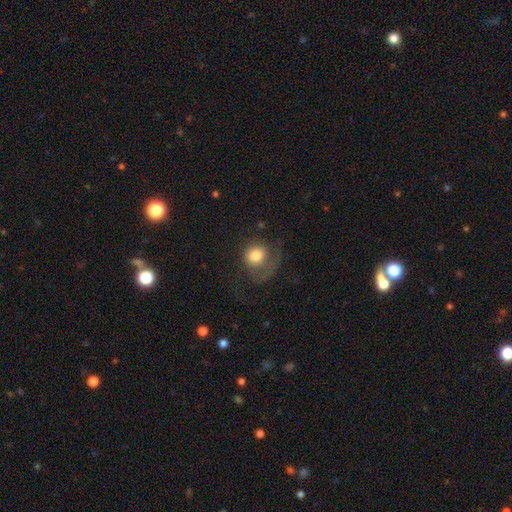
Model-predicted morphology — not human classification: A smooth galaxy with no disk features (70%) that is round (76%).

Vote fractions:
- Smooth or featured? smooth: 70% / featured or disk: 21% / star or artifact: 9%
- How rounded? round: 76% / in between: 23% / cigar-shaped: 1%
- Merging? major disturbance: 40% / none: 36% / minor disturbance: 22% / merger: 2%